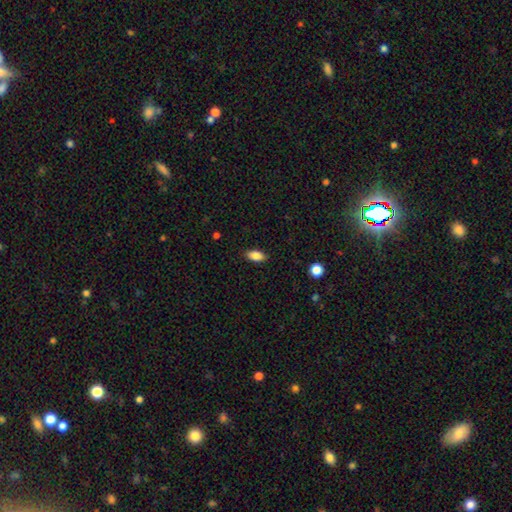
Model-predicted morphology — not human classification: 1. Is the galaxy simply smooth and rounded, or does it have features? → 86% smooth, 8% star or artifact, 6% featured or disk.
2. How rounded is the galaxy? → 90% in between, 5% cigar-shaped, 5% round.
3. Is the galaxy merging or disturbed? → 88% none, 9% minor disturbance, 2% major disturbance, 1% merger.